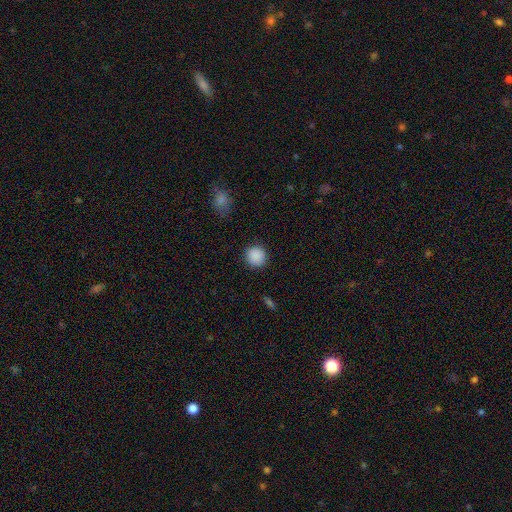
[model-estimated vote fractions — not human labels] Smooth or featured: smooth — 89% (star or artifact — 8%)
How rounded: round — 92% (in between — 7%)
Merging: none — 88% (minor disturbance — 8%)